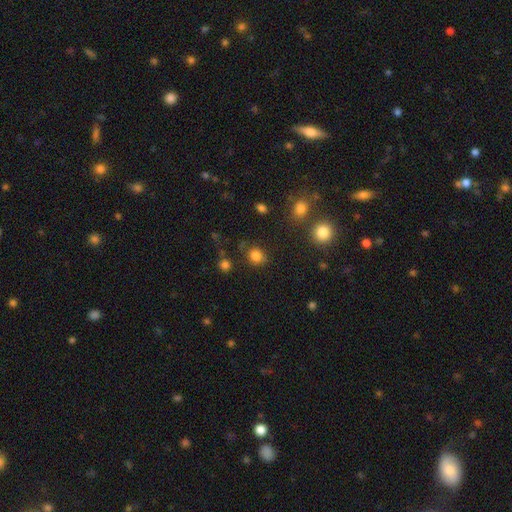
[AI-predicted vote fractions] Smooth or featured? smooth (81%)
How rounded? round (75%)
Merging? none (77%)